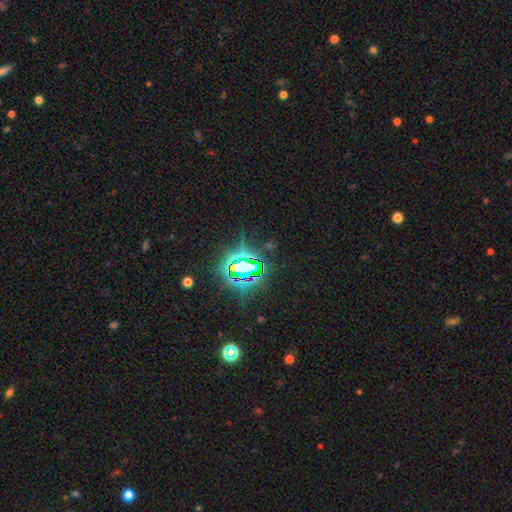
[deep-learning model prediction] Smooth or featured? Predicted: star or artifact (p=0.83).